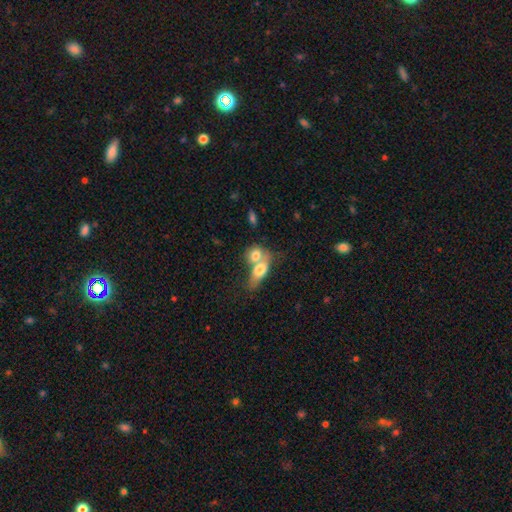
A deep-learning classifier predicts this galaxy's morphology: Smooth or featured: smooth — 72% (featured or disk — 21%)
How rounded: in between — 65% (round — 27%)
Merging: merger — 72% (none — 18%)